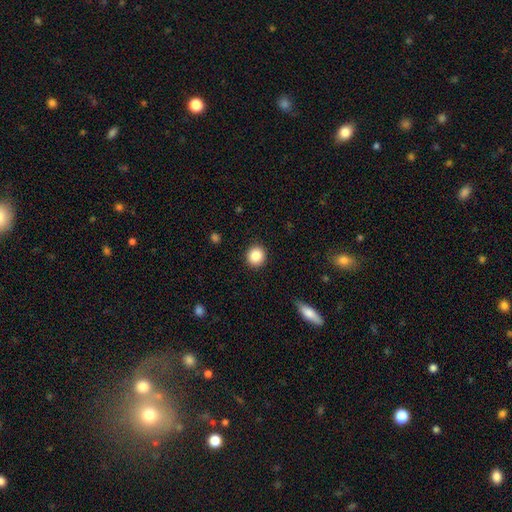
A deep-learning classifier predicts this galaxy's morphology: Q: Smooth or featured?
A: smooth (86%); runner-up: star or artifact (9%)
Q: How rounded?
A: round (89%); runner-up: in between (10%)
Q: Merging?
A: none (91%); runner-up: minor disturbance (6%)